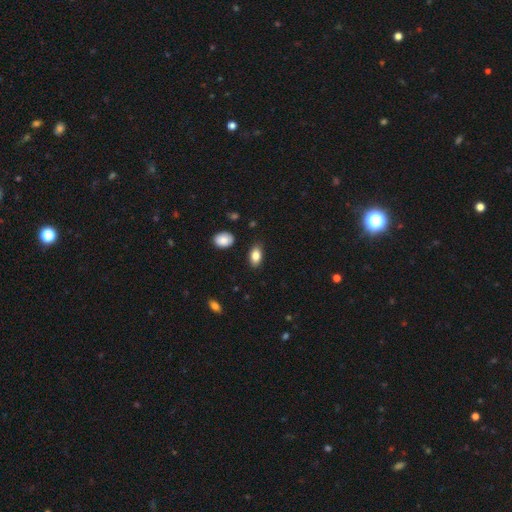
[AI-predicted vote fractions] smooth-or-featured: smooth: 85% | star or artifact: 8% | featured or disk: 7%
  how-rounded: in between: 91% | round: 5% | cigar-shaped: 4%
  merging: none: 85% | minor disturbance: 11% | major disturbance: 2% | merger: 2%